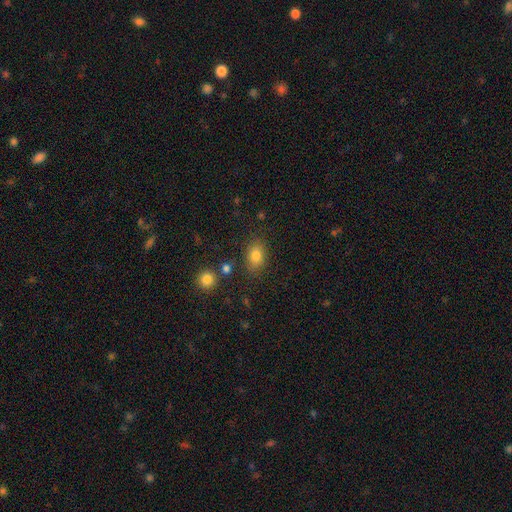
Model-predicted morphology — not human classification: Smooth or featured? Predicted: smooth (p=0.82). How rounded? Predicted: in between (p=0.78). Merging? Predicted: none (p=0.80).